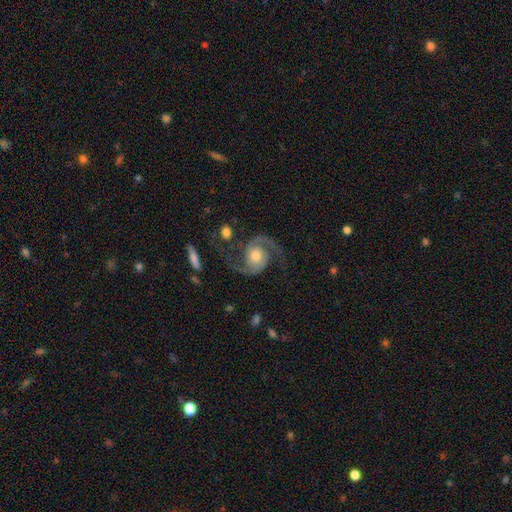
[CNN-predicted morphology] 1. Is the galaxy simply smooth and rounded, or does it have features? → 92% featured or disk, 4% star or artifact, 4% smooth.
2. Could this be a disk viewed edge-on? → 98% no, 2% yes.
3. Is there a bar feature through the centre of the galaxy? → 69% no, 24% weak, 7% strong.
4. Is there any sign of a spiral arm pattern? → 98% yes, 2% no.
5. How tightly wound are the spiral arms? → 58% medium, 26% loose, 16% tight.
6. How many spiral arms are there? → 95% 2, 1% 1, 1% can't tell, 1% 3, 1% 4, 1% more than 4.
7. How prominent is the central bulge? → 66% moderate, 16% large, 14% small, 2% none, 2% dominant.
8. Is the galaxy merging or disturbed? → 77% none, 13% minor disturbance, 7% major disturbance, 3% merger.